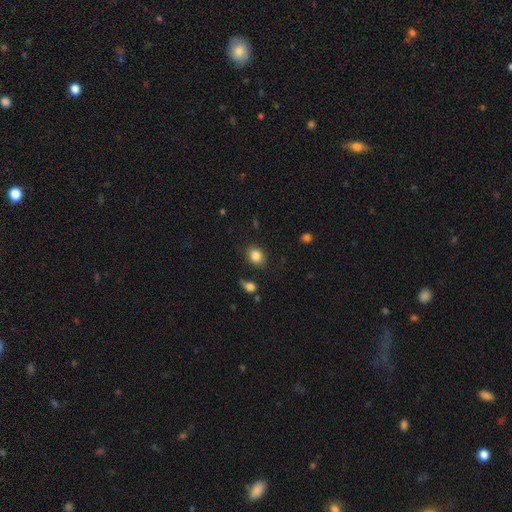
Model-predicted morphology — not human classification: This appears to be a smooth galaxy with no disk features (84%) that is round (62%). Merging: none (82%).